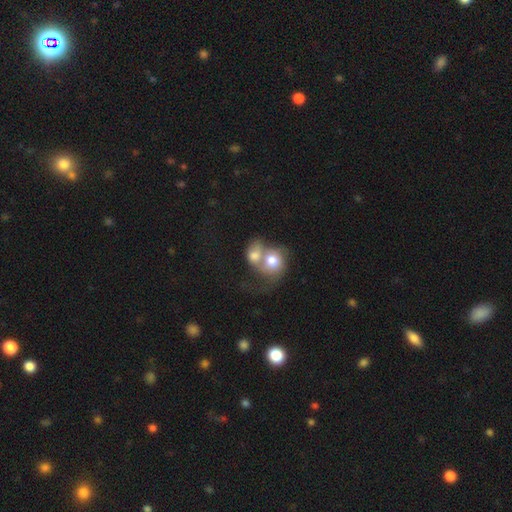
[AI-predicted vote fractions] Morphology: type=smooth (57%); roundness=round (64%); merging=merger (78%).